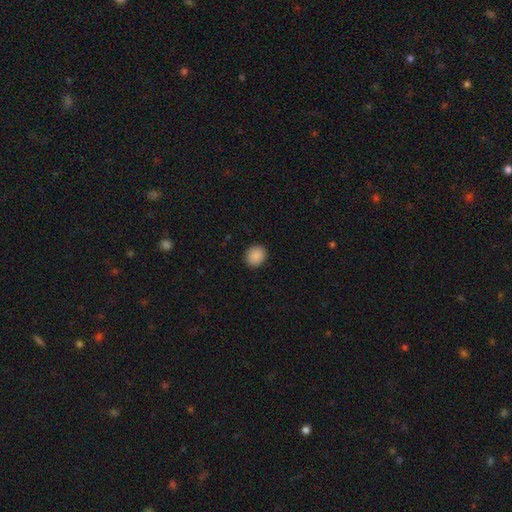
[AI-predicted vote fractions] Smooth or featured?
  - smooth: 89% *
  - star or artifact: 8%
  - featured or disk: 3%
How rounded?
  - round: 74% *
  - in between: 25%
  - cigar-shaped: 1%
Merging?
  - none: 91% *
  - minor disturbance: 6%
  - major disturbance: 2%
  - merger: 1%